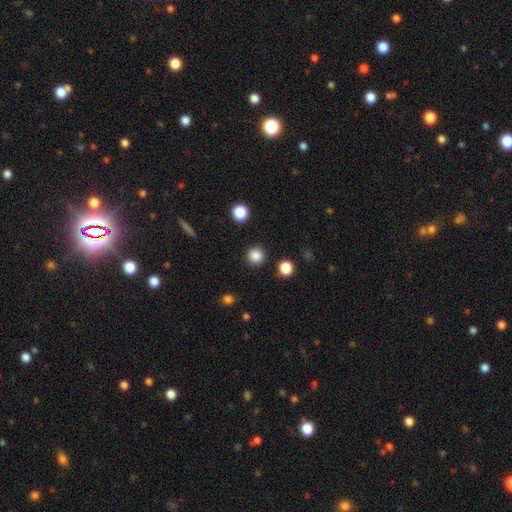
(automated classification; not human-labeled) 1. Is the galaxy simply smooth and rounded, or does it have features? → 85% smooth, 11% star or artifact, 3% featured or disk.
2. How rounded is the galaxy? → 95% round, 4% in between, 1% cigar-shaped.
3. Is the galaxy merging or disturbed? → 91% none, 5% minor disturbance, 2% major disturbance, 2% merger.